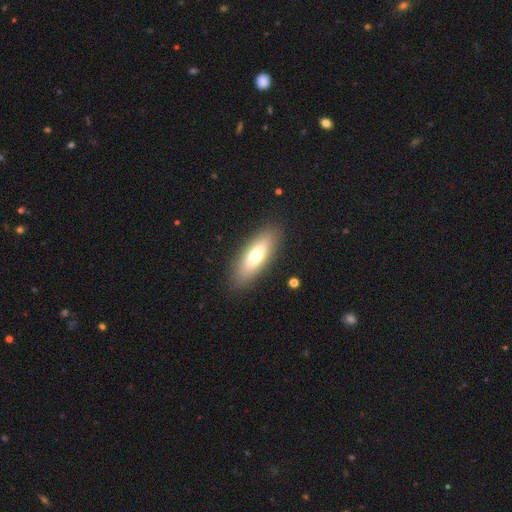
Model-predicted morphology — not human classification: This is likely a smooth galaxy (71%). How rounded: likely in between (64%). Merging: clearly none (87%).